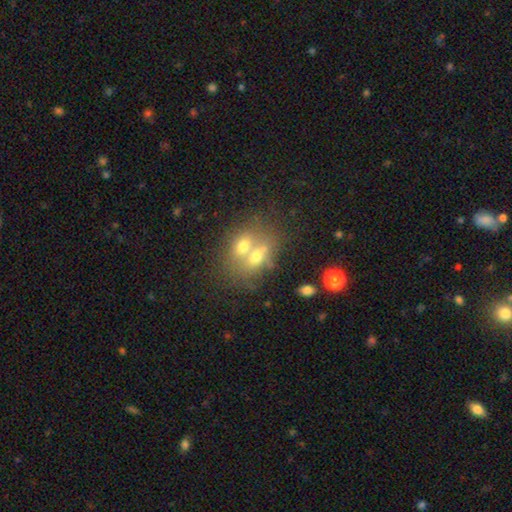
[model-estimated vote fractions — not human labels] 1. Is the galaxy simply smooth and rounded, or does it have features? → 55% smooth, 33% featured or disk, 13% star or artifact.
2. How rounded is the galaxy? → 56% in between, 41% round, 3% cigar-shaped.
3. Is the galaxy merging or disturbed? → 67% merger, 23% none, 6% minor disturbance, 4% major disturbance.